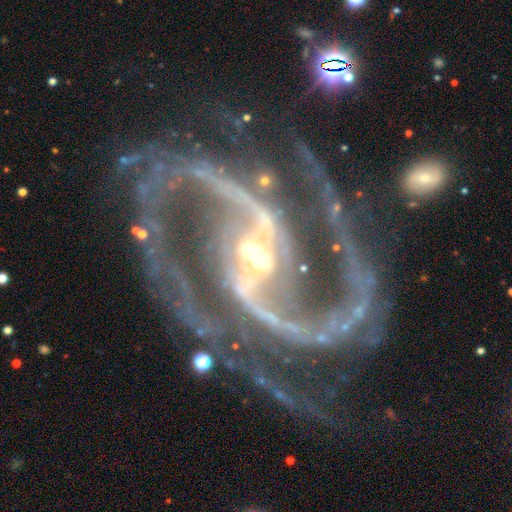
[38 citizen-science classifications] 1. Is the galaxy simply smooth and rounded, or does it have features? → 92% featured or disk, 5% star or artifact, 3% smooth.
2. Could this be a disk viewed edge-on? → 100% no, 0% yes.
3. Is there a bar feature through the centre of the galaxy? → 69% strong, 26% weak, 6% no.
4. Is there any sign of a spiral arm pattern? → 100% yes, 0% no.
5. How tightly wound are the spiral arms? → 69% medium, 29% tight, 3% loose.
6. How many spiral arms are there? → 100% 2, 0% 1, 0% 3, 0% 4, 0% more than 4, 0% can't tell.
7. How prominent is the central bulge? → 69% moderate, 29% small, 3% large, 0% dominant, 0% none.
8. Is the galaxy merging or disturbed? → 81% none, 19% minor disturbance, 0% major disturbance, 0% merger.